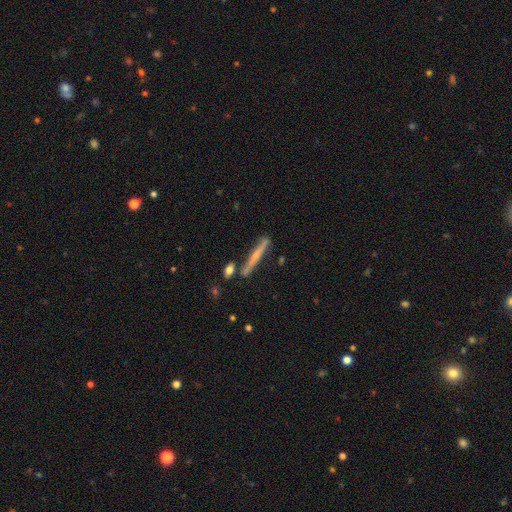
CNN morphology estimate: featured or disk 51%, smooth 42%, star or artifact 7%. Down the decision tree: edge-on disk — yes (95%); merging — none (76%).